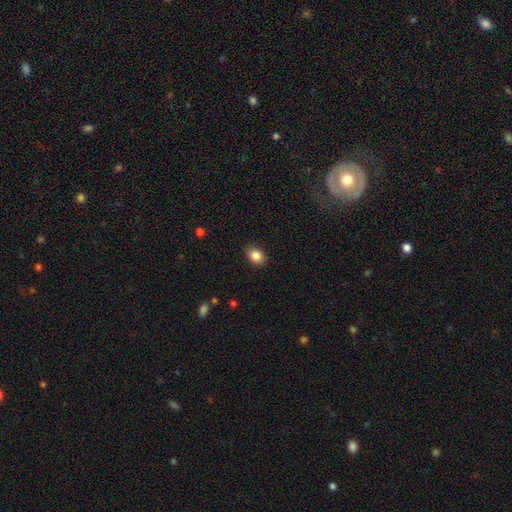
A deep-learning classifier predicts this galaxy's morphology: smooth-or-featured: smooth: 86% | star or artifact: 9% | featured or disk: 5%
  how-rounded: in between: 63% | round: 36% | cigar-shaped: 1%
  merging: none: 87% | minor disturbance: 10% | major disturbance: 2% | merger: 1%